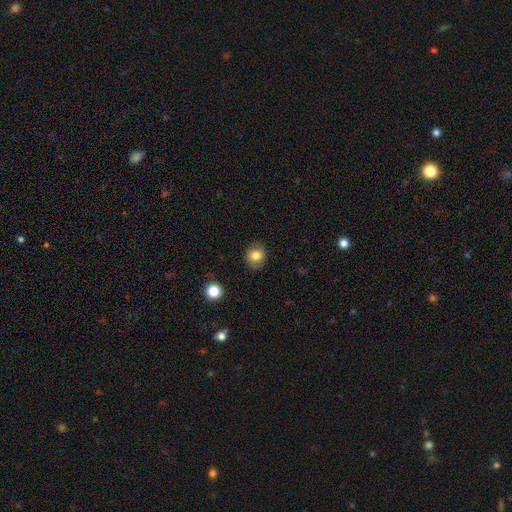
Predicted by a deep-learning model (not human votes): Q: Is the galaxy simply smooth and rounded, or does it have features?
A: smooth — 80%.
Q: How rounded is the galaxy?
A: round — 72%.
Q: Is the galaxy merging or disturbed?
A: none — 87%.